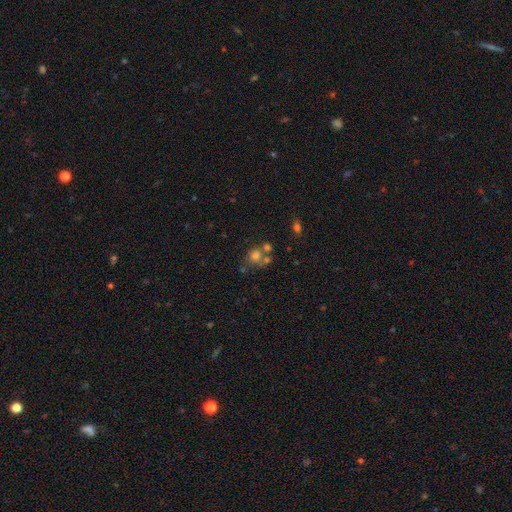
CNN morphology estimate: This is likely a smooth galaxy (69%). How rounded: likely round (79%). Merging: possibly none (49%).